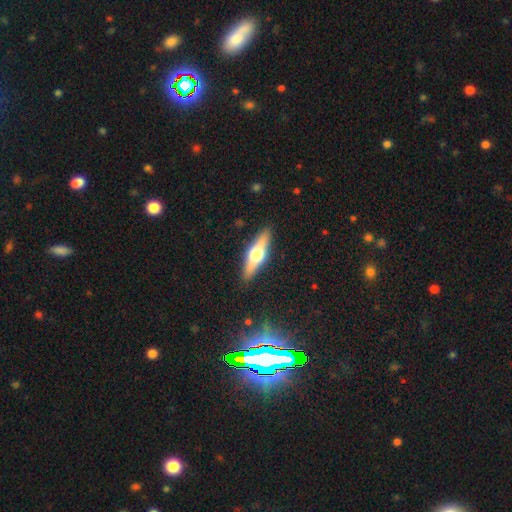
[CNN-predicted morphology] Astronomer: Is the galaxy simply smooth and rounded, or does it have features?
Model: featured or disk — 56%.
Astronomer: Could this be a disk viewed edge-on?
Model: yes — 93%.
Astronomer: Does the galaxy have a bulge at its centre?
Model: rounded — 93%.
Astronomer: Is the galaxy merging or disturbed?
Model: none — 89%.